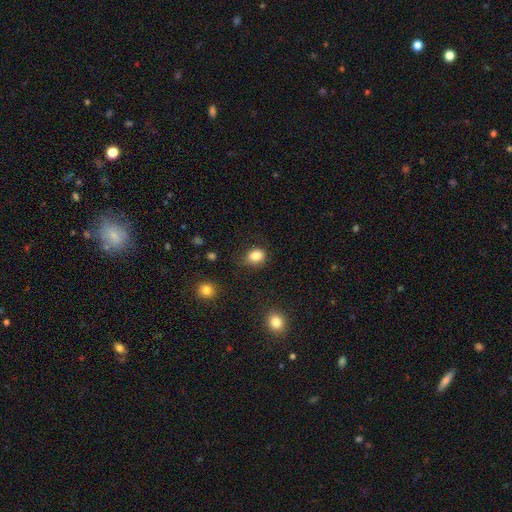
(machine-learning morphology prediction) A smooth galaxy with no disk features (85%) that is in between round and cigar-shaped (52%). Merging: none (75%).